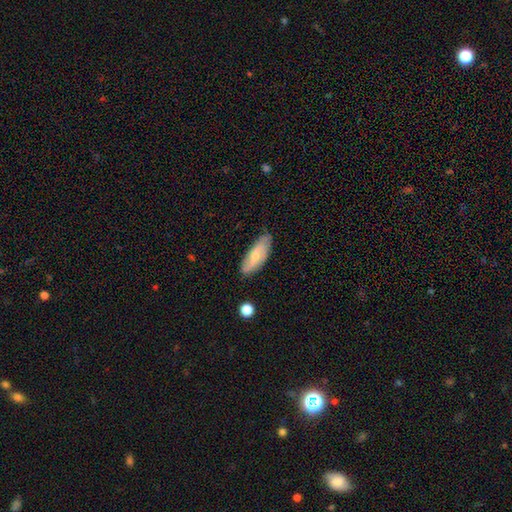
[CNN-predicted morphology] A smooth galaxy with no disk features (53%) that is in between round and cigar-shaped (69%). Merging: none (75%).